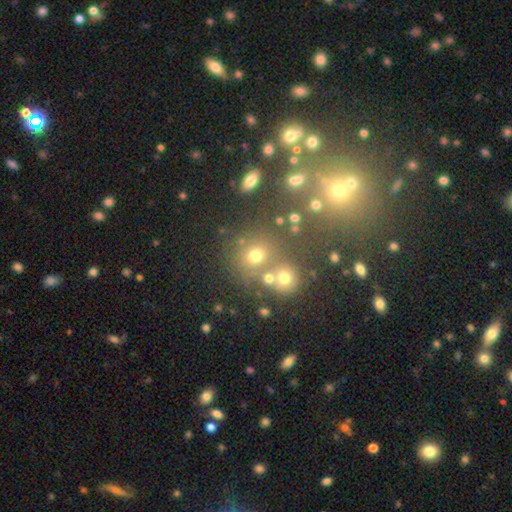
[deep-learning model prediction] Morphology: type=smooth (63%); roundness=round (78%); merging=none (61%).